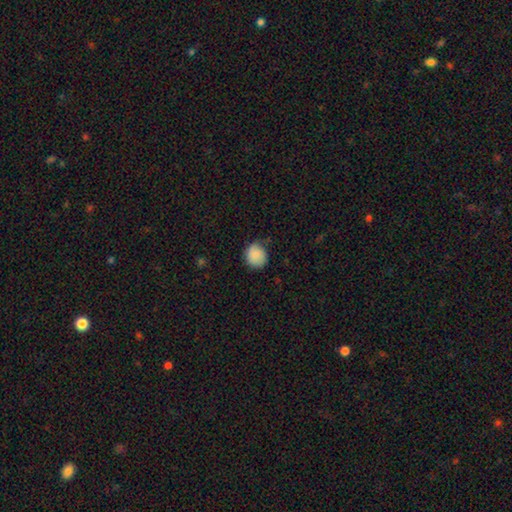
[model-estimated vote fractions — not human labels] This is clearly a smooth galaxy (87%). How rounded: likely round (79%). Merging: likely none (71%).